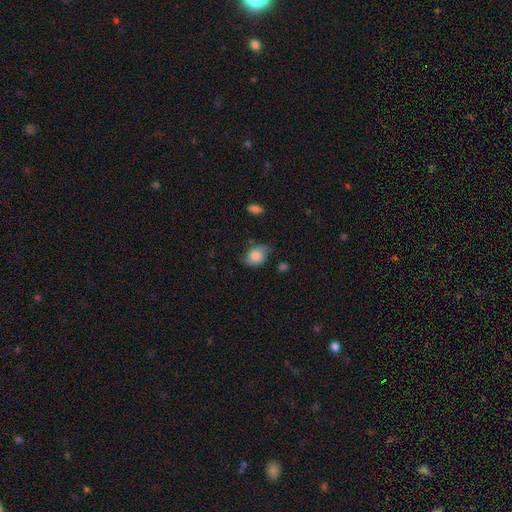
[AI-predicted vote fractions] smooth 72%, featured or disk 19%, star or artifact 8%. Down the decision tree: how rounded — in between (61%); merging — none (57%).